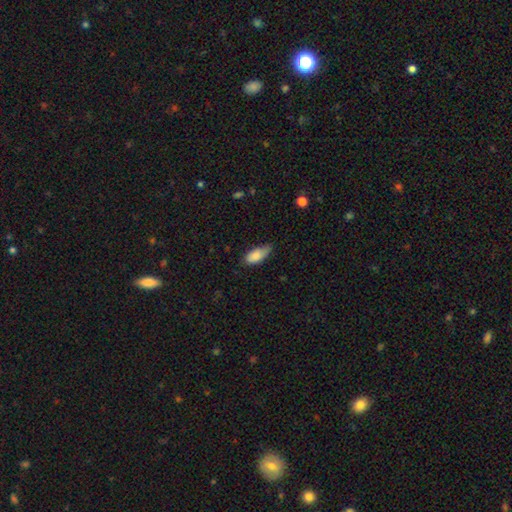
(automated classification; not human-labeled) Smooth or featured? smooth (85%)
How rounded? in between (84%)
Merging? none (51%)